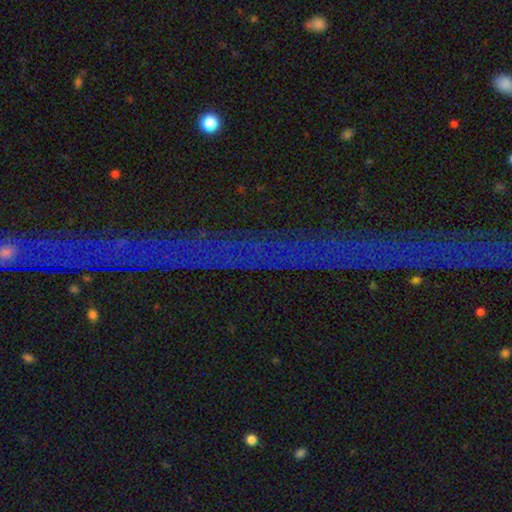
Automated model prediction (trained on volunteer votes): Smooth or featured: star or artifact — 77% (featured or disk — 14%)